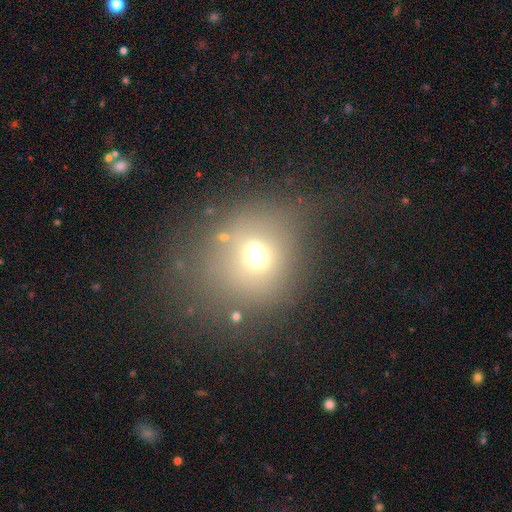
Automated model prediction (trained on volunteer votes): smooth 60%, star or artifact 22%, featured or disk 19%. Down the decision tree: how rounded — round (70%); merging — none (56%).